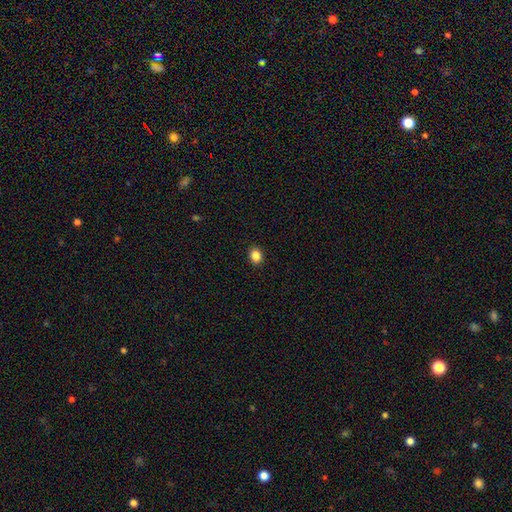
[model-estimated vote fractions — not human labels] smooth_or_featured: smooth (p=0.86) [alt: star or artifact p=0.10]
how_rounded: round (p=0.50) [alt: in between p=0.49]
merging: none (p=0.91) [alt: minor disturbance p=0.06]